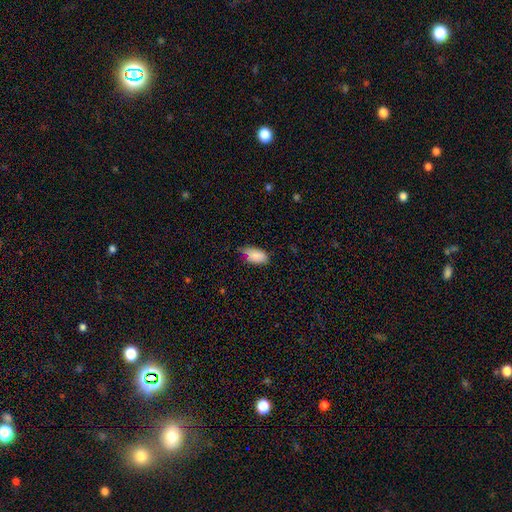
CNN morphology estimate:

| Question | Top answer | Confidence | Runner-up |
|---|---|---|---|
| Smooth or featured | smooth | 85% | star or artifact (7%) |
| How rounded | in between | 93% | round (4%) |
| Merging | none | 47% | minor disturbance (43%) |